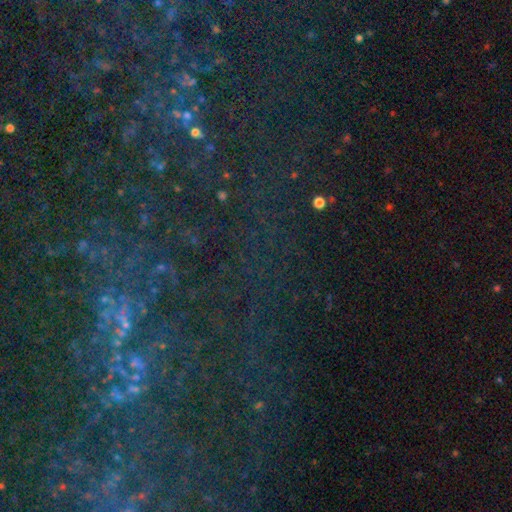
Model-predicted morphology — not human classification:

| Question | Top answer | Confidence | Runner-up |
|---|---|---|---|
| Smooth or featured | star or artifact | 80% | featured or disk (11%) |